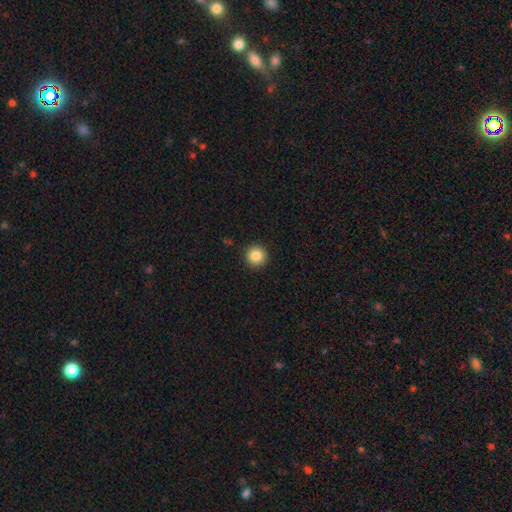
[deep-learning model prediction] smooth_or_featured: smooth (p=0.86) [alt: star or artifact p=0.10]
how_rounded: round (p=0.96) [alt: in between p=0.03]
merging: none (p=0.92) [alt: minor disturbance p=0.05]